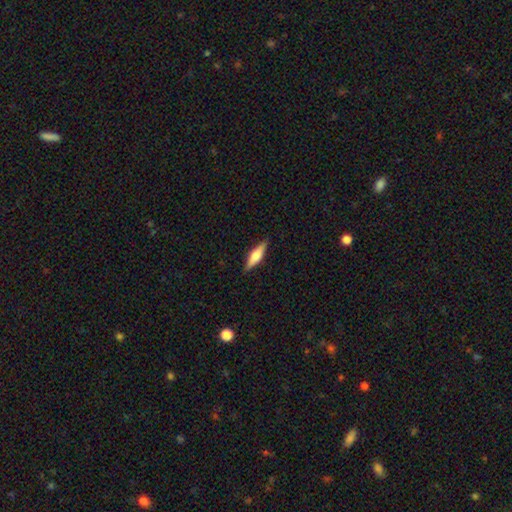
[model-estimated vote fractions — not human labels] A smooth galaxy with no disk features (51%) that is cigar-shaped (64%). Merging: none (89%).